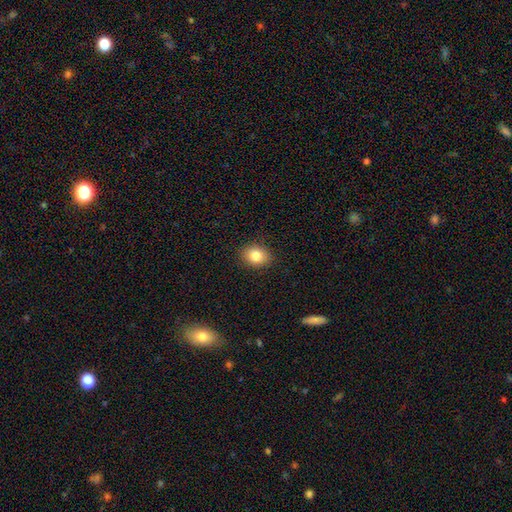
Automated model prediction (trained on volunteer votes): A smooth galaxy with no disk features (83%) that is in between round and cigar-shaped (53%). Merging: none (89%).